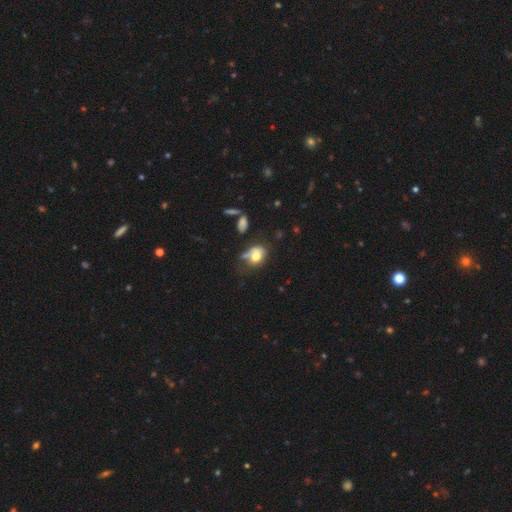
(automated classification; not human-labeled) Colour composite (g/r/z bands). It shows a smooth galaxy with no disk features (69%) that is in between round and cigar-shaped (57%). Merging: none (36%).